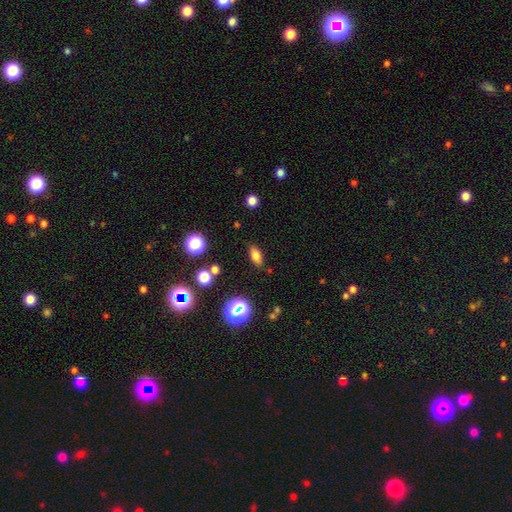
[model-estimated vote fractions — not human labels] A smooth galaxy with no disk features (74%) that is in between round and cigar-shaped (79%). Merging: none (87%).